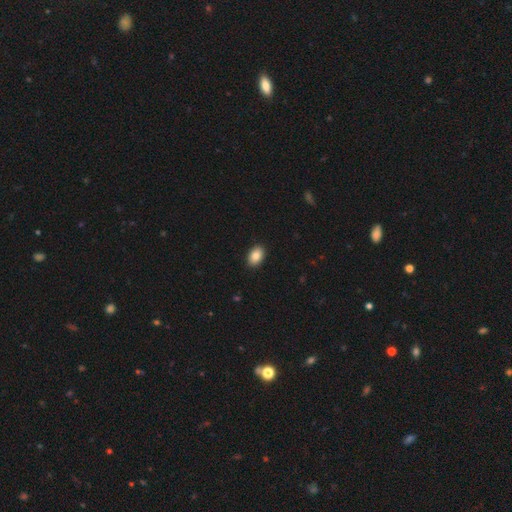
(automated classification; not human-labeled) Overall: smooth (87%). How rounded: in between (87%). Merging: none (91%).